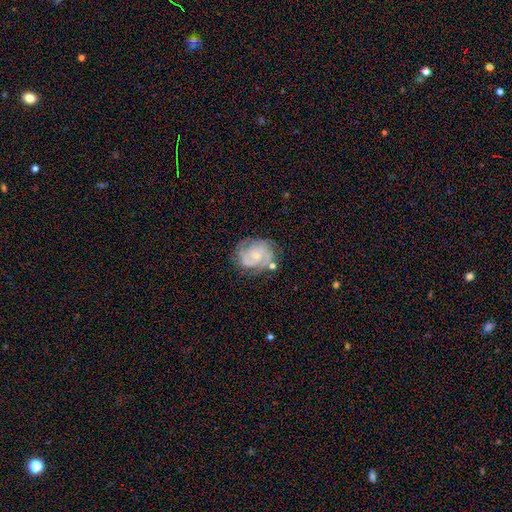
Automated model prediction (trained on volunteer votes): Smooth or featured?
  - featured or disk: 79% *
  - smooth: 14%
  - star or artifact: 7%
Edge-on disk?
  - no: 98% *
  - yes: 2%
Bar?
  - no: 72% *
  - weak: 24%
  - strong: 4%
Spiral arms?
  - yes: 94% *
  - no: 6%
Spiral winding?
  - tight: 58% *
  - medium: 34%
  - loose: 9%
Spiral arm count?
  - 2: 36% *
  - 3: 25%
  - can't tell: 24%
  - 4: 7%
  - 1: 5%
  - more than 4: 4%
Bulge size?
  - small: 74% *
  - moderate: 20%
  - none: 4%
  - large: 1%
  - dominant: 1%
Merging?
  - none: 67% *
  - minor disturbance: 20%
  - major disturbance: 8%
  - merger: 5%